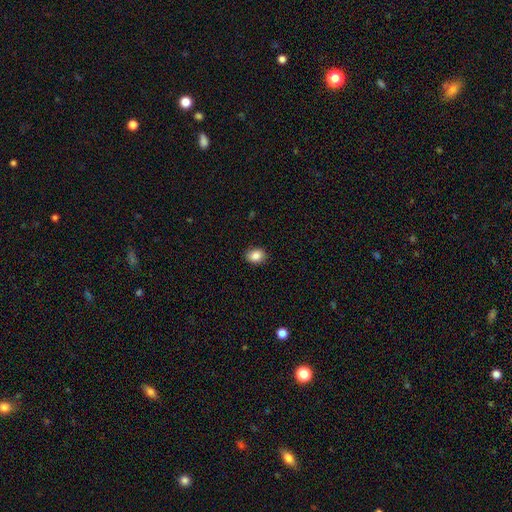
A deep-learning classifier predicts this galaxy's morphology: This appears to be a smooth galaxy with no disk features (86%) that is in between round and cigar-shaped (59%). Merging: none (89%).